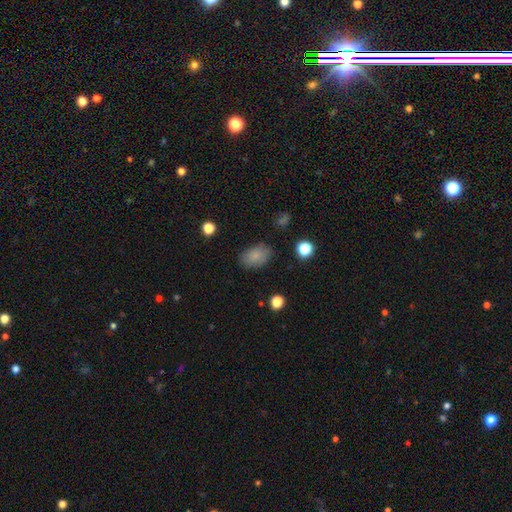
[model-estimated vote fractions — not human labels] smooth 84%, star or artifact 9%, featured or disk 7%. Down the decision tree: how rounded — in between (90%); merging — none (82%).